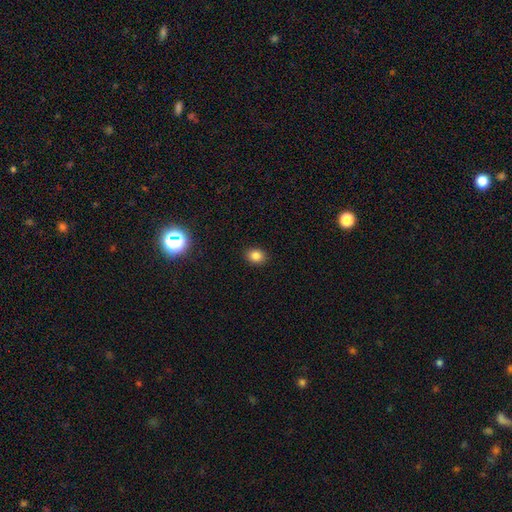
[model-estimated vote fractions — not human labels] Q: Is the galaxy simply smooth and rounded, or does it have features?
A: smooth — 83%.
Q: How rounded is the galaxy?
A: in between — 53%.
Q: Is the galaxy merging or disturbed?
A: none — 90%.